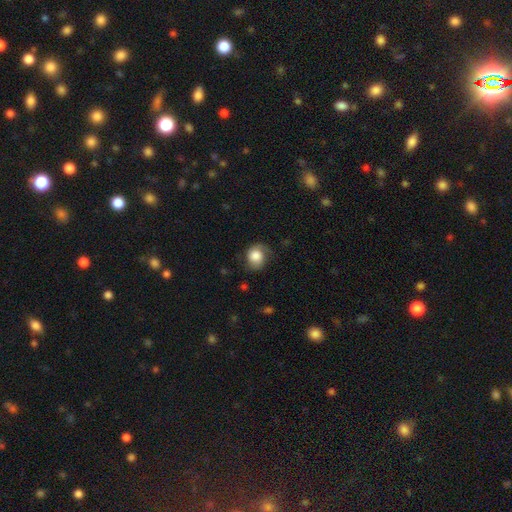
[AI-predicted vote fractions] Q: Smooth or featured?
A: smooth (71%); runner-up: featured or disk (21%)
Q: How rounded?
A: round (66%); runner-up: in between (33%)
Q: Merging?
A: none (55%); runner-up: minor disturbance (29%)